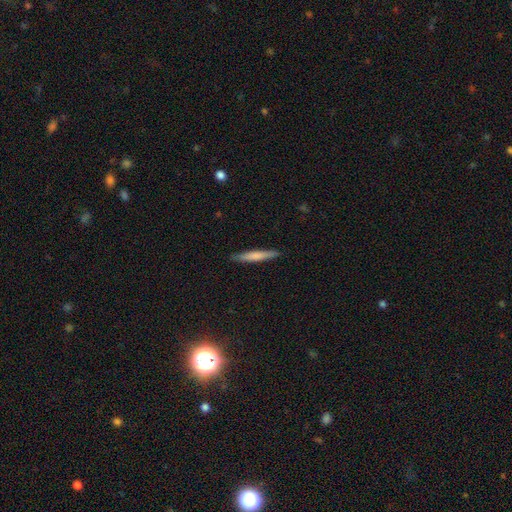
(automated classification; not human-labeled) Overall: smooth (65%; featured or disk 29%). How rounded: cigar-shaped (95%). Merging: none (90%).